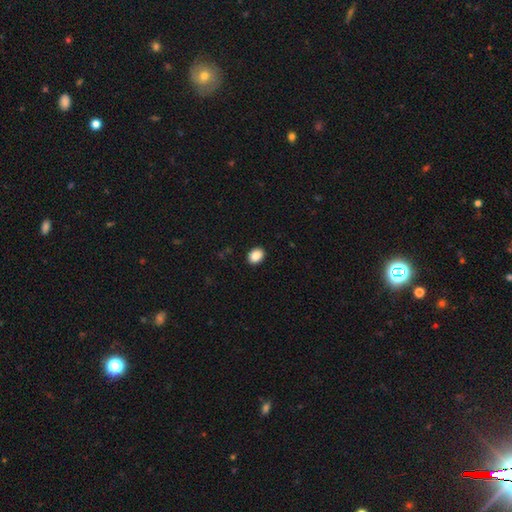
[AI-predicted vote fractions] Smooth or featured?
  - smooth: 89% *
  - star or artifact: 8%
  - featured or disk: 3%
How rounded?
  - in between: 64% *
  - round: 35%
  - cigar-shaped: 1%
Merging?
  - none: 91% *
  - minor disturbance: 6%
  - major disturbance: 2%
  - merger: 1%